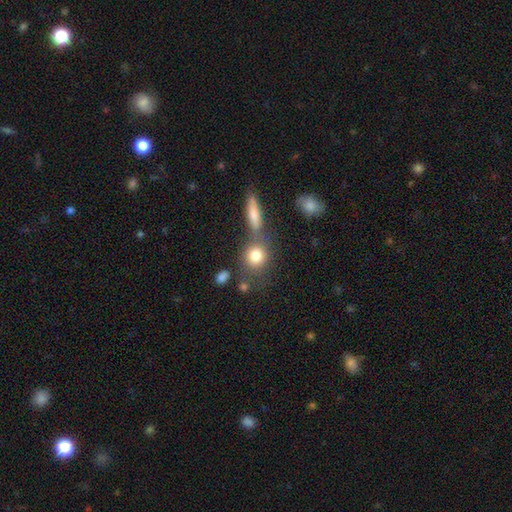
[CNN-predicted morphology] Smooth or featured: smooth — 80% (featured or disk — 10%)
How rounded: round — 72% (in between — 24%)
Merging: none — 55% (merger — 28%)